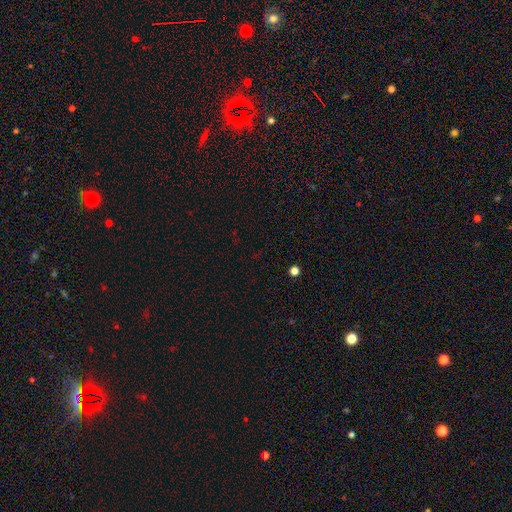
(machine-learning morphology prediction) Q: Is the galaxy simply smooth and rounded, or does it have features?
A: star or artifact — 64%.